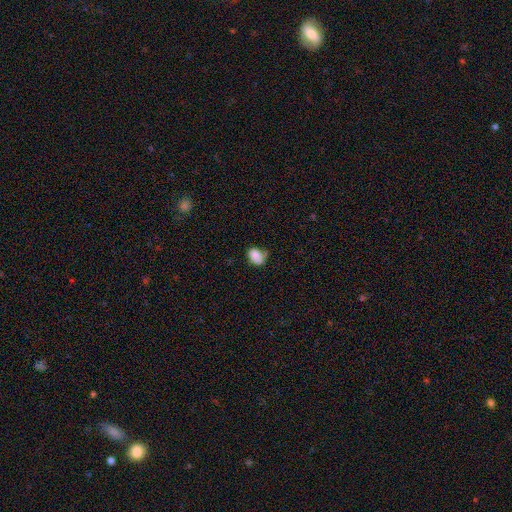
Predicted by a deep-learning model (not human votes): A smooth galaxy with no disk features (83%) that is in between round and cigar-shaped (73%). Merging: none (49%).